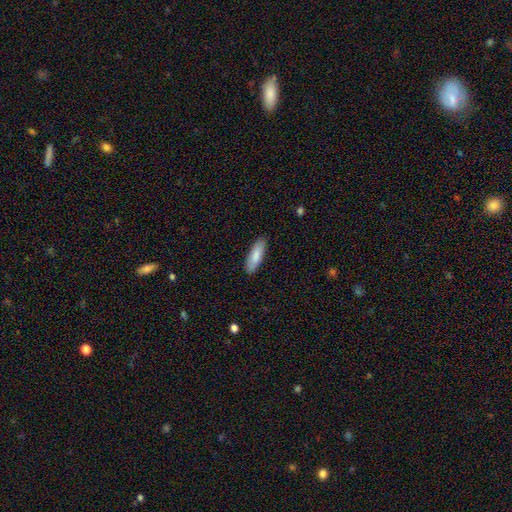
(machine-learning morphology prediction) A smooth galaxy with no disk features (85%) that is cigar-shaped (51%). Merging: none (89%).